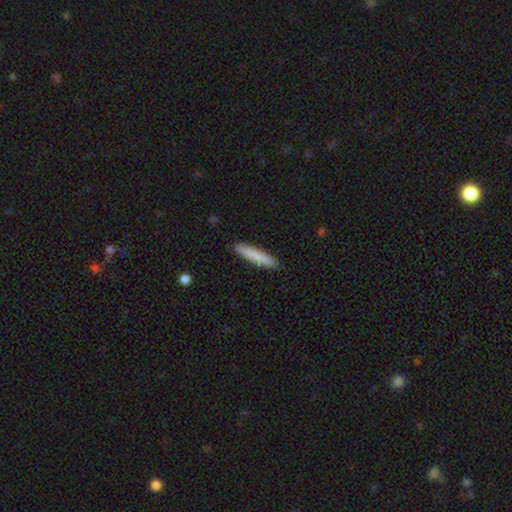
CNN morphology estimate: A smooth galaxy with no disk features (83%) that is cigar-shaped (92%). Merging: none (91%).